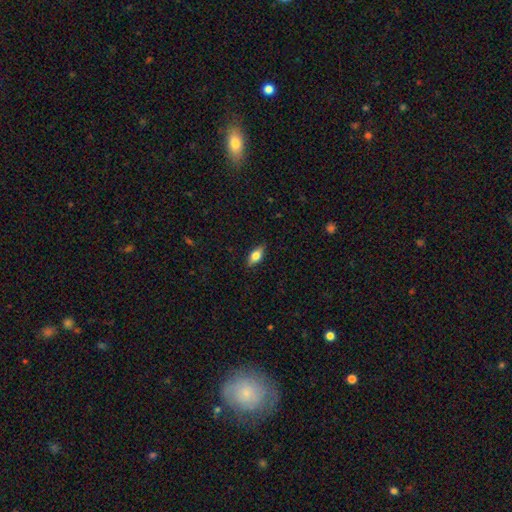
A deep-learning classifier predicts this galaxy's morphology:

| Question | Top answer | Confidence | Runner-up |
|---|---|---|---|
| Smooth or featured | smooth | 66% | featured or disk (27%) |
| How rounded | in between | 81% | cigar-shaped (14%) |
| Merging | none | 86% | minor disturbance (10%) |